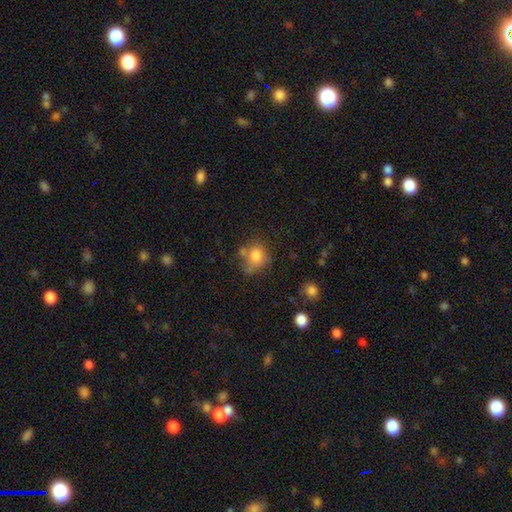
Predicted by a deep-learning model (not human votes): This appears to be a smooth galaxy with no disk features (77%) that is round (66%). Merging: none (50%).